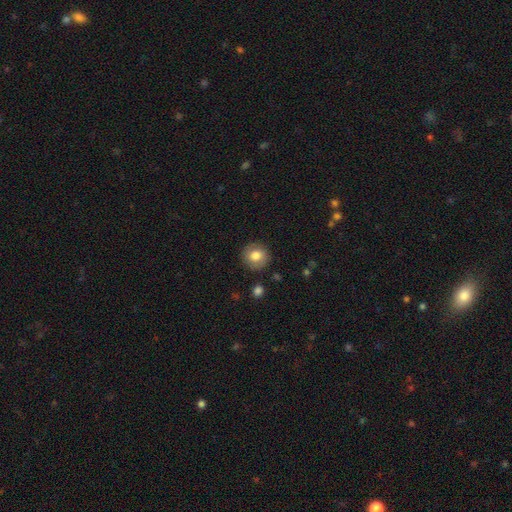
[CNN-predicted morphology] Overall: smooth (79%). How rounded: round (88%). Merging: none (87%).